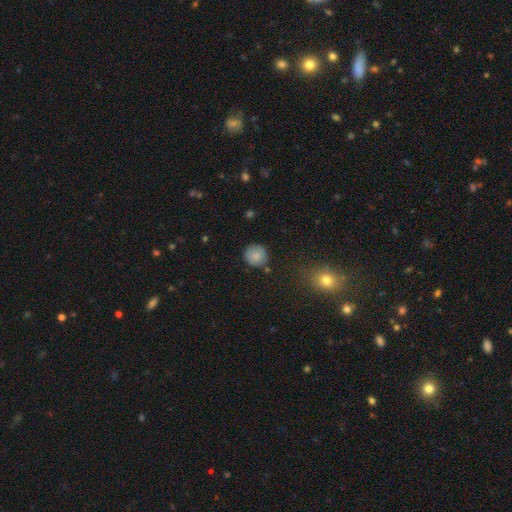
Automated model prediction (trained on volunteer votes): Smooth or featured: smooth — 79% (featured or disk — 12%)
How rounded: round — 92% (in between — 7%)
Merging: none — 83% (minor disturbance — 12%)